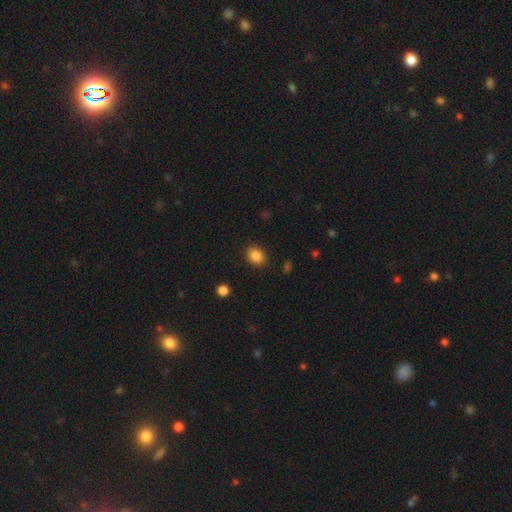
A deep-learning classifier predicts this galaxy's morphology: A smooth galaxy with no disk features (86%) that is in between round and cigar-shaped (53%).

Vote fractions:
- Smooth or featured? smooth: 86% / star or artifact: 10% / featured or disk: 4%
- How rounded? in between: 53% / round: 46% / cigar-shaped: 1%
- Merging? none: 88% / minor disturbance: 8% / major disturbance: 3% / merger: 1%